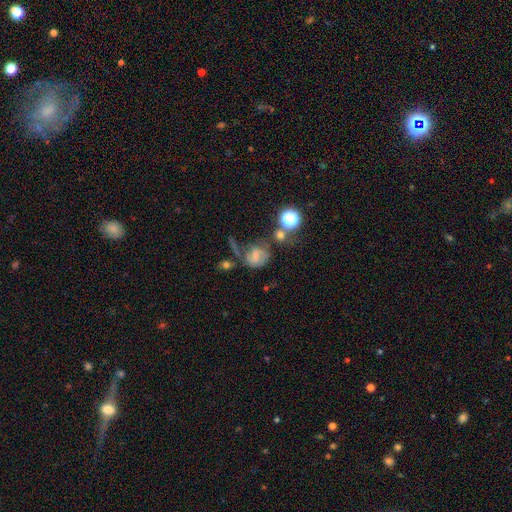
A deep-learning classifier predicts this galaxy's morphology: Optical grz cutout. It shows a featured or disk galaxy (43%). Merging: none (44%).